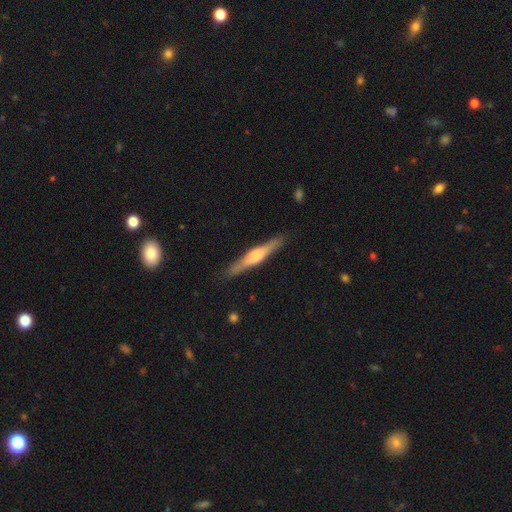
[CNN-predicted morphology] Smooth or featured? featured or disk (61%)
Edge-on disk? yes (97%)
Edge-on bulge? rounded (65%)
Merging? none (88%)